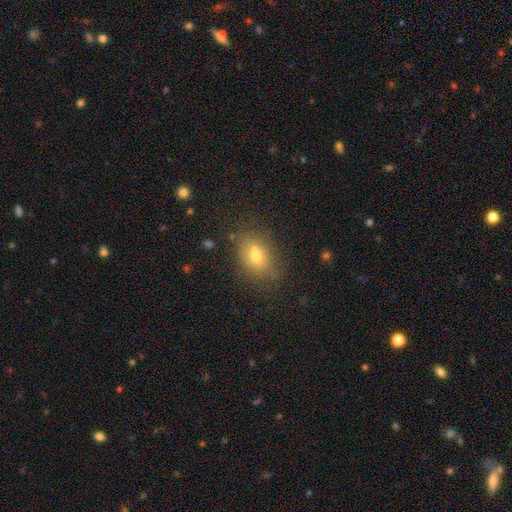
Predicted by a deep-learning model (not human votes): smooth-or-featured: smooth: 67% | featured or disk: 19% | star or artifact: 14%
  how-rounded: in between: 71% | round: 27% | cigar-shaped: 2%
  merging: none: 60% | merger: 19% | minor disturbance: 15% | major disturbance: 5%